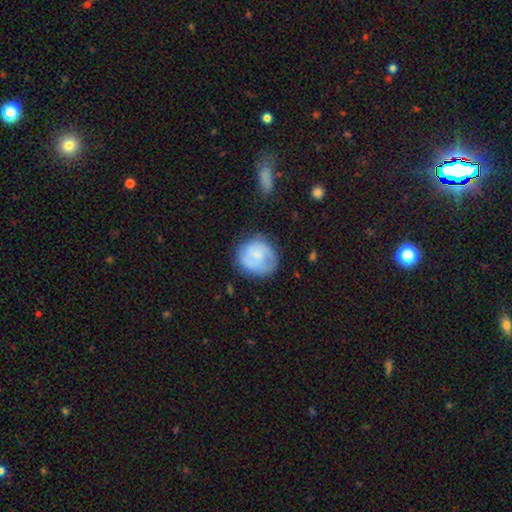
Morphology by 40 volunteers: type=featured or disk (57%); edge-on=no (100%); bar=weak (52%); spiral arms=yes (65%); winding=tight (47%); arm count=2 (53%); bulge=small (30%, tied with none); merging=none (61%).